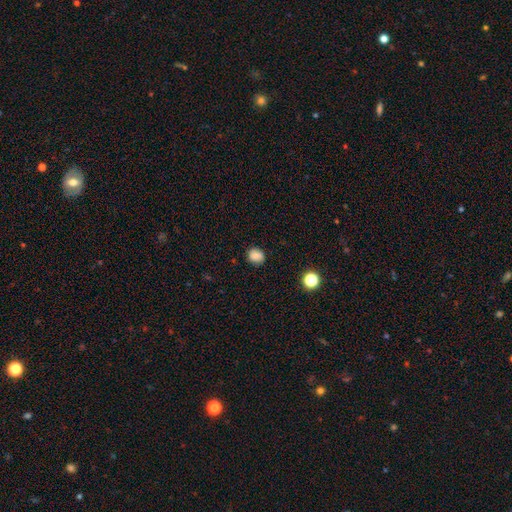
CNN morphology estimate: This is clearly a smooth galaxy (81%). How rounded: likely round (74%). Merging: clearly none (82%).